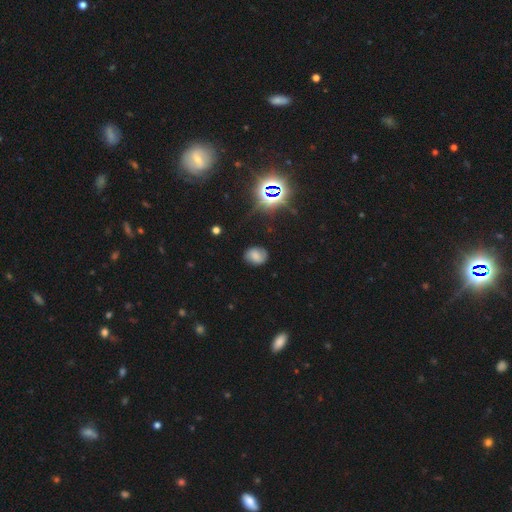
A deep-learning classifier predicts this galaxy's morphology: The model was most divided on "how rounded": in between: 53%, round: 45%, cigar-shaped: 1%. More confident: merging — none (76%); smooth or featured — smooth (55%).